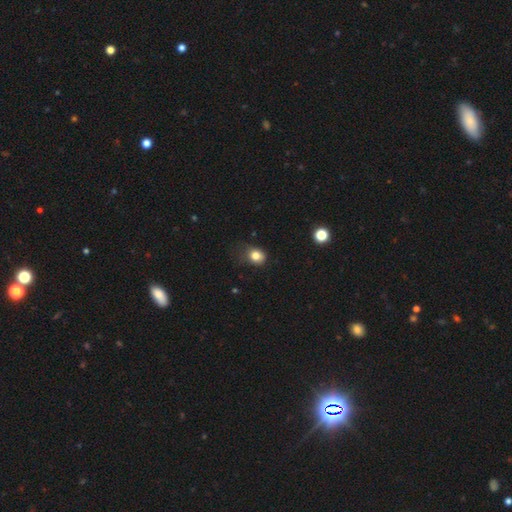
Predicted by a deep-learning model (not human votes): A smooth galaxy with no disk features (81%) that is round (52%).

Vote fractions:
- Smooth or featured? smooth: 81% / star or artifact: 12% / featured or disk: 8%
- How rounded? round: 52% / in between: 47% / cigar-shaped: 1%
- Merging? none: 50% / minor disturbance: 34% / major disturbance: 14% / merger: 2%